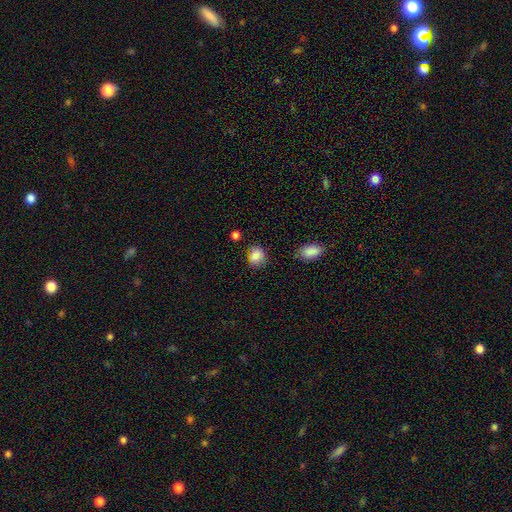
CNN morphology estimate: Smooth or featured? Predicted: smooth (p=0.85). How rounded? Predicted: round (p=0.66). Merging? Predicted: none (p=0.69).